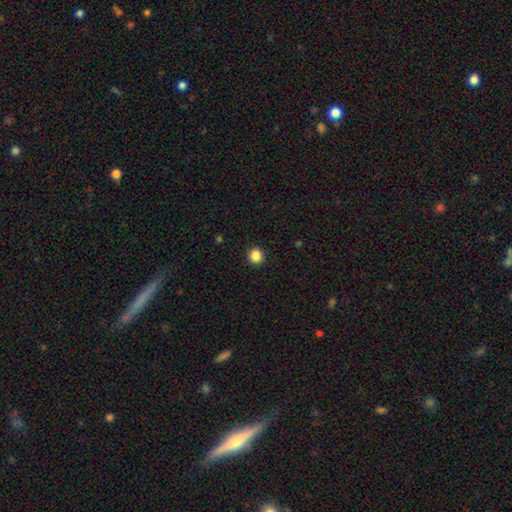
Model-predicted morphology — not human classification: The model was most divided on "smooth or featured": smooth: 86%, star or artifact: 11%, featured or disk: 3%. More confident: merging — none (93%); how rounded — round (92%).